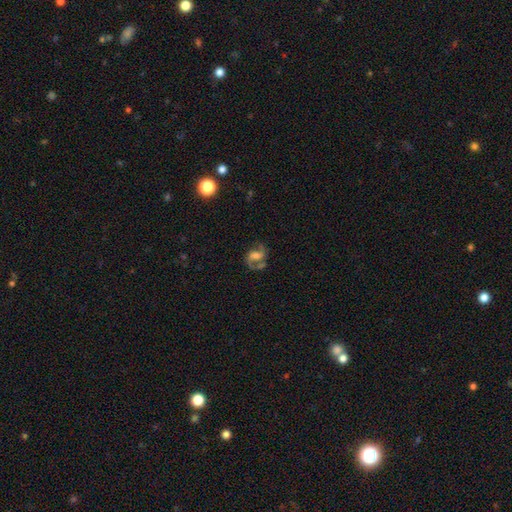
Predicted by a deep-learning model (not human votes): The model was most divided on "bar": weak: 44%, no: 36%, strong: 20%. Remaining: edge-on disk — no (97%); spiral arms — yes (92%); spiral arm count — 2 (85%); smooth or featured — featured or disk (76%); merging — none (58%); spiral winding — medium (50%); bulge size — moderate (34%).